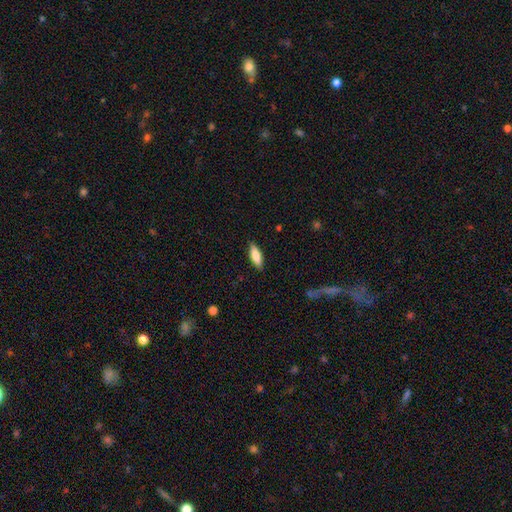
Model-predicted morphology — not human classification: Smooth or featured? smooth (75%)
How rounded? in between (57%)
Merging? none (87%)